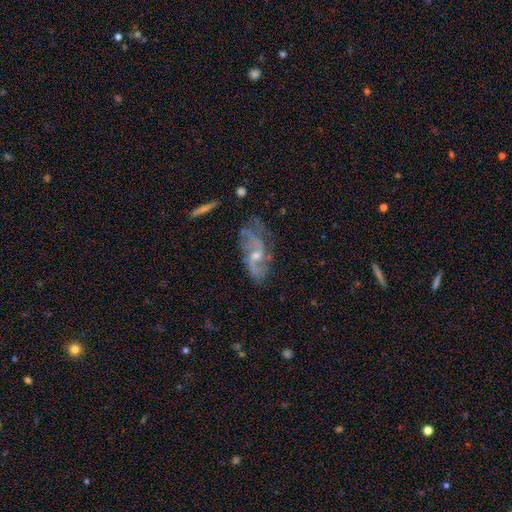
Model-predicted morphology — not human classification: Q: Smooth or featured?
A: featured or disk (79%); runner-up: smooth (12%)
Q: Edge-on disk?
A: no (91%); runner-up: yes (9%)
Q: Bar?
A: no (50%); runner-up: weak (41%)
Q: Spiral arms?
A: yes (89%); runner-up: no (11%)
Q: Spiral winding?
A: loose (46%); runner-up: medium (38%)
Q: Spiral arm count?
A: 2 (63%); runner-up: can't tell (19%)
Q: Bulge size?
A: small (53%); runner-up: moderate (42%)
Q: Merging?
A: none (56%); runner-up: minor disturbance (25%)